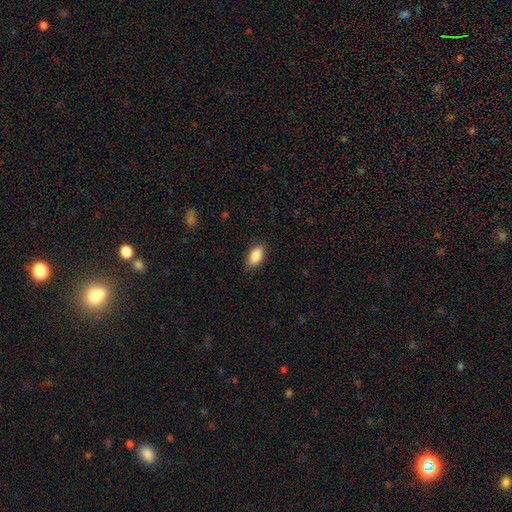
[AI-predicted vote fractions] smooth-or-featured: smooth: 87% | star or artifact: 7% | featured or disk: 6%
  how-rounded: in between: 91% | cigar-shaped: 6% | round: 3%
  merging: none: 85% | minor disturbance: 11% | major disturbance: 3% | merger: 1%